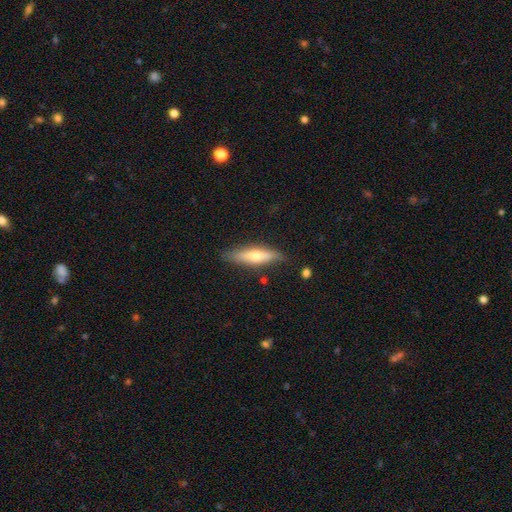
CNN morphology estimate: This appears to be a smooth galaxy with no disk features (51%) that is cigar-shaped (75%). Merging: none (83%).